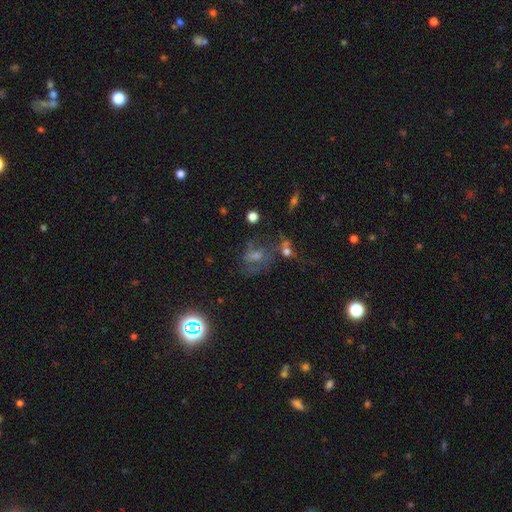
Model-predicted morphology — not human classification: featured or disk 43%, star or artifact 35%, smooth 22%. Down the decision tree: merging — none (52%).